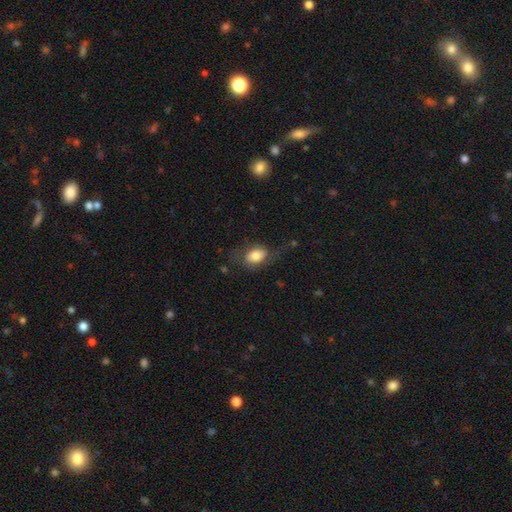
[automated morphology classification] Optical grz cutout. It shows a smooth galaxy with no disk features (73%) that is in between round and cigar-shaped (80%). Merging: none (54%).